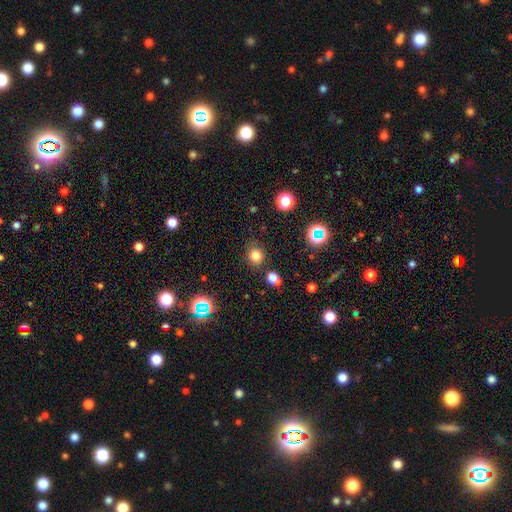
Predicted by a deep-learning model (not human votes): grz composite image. It shows a smooth galaxy with no disk features (77%) that is round (82%). Merging: none (81%).